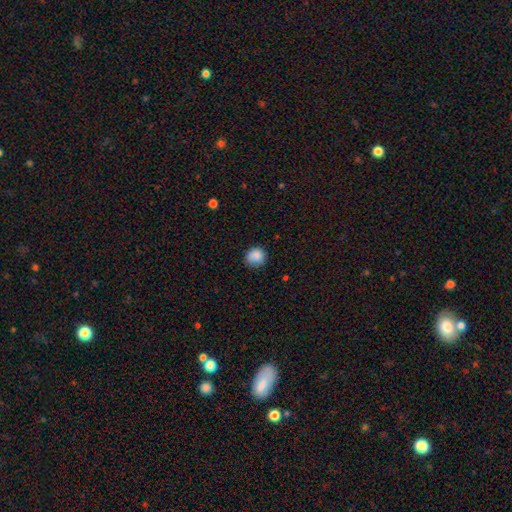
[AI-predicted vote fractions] Smooth or featured: smooth — 86% (star or artifact — 9%)
How rounded: round — 86% (in between — 13%)
Merging: none — 76% (minor disturbance — 19%)